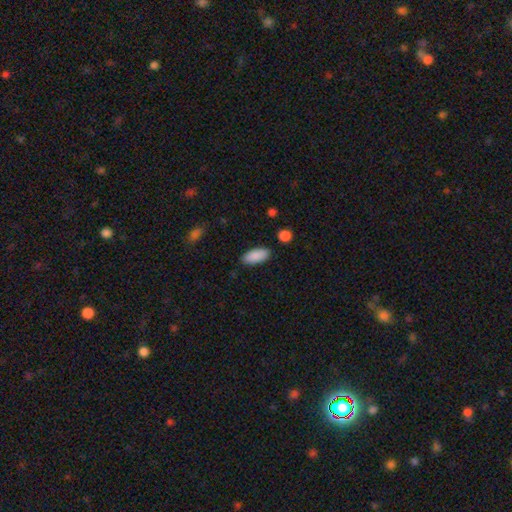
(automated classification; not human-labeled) Smooth or featured? smooth (89%)
How rounded? in between (88%)
Merging? none (86%)